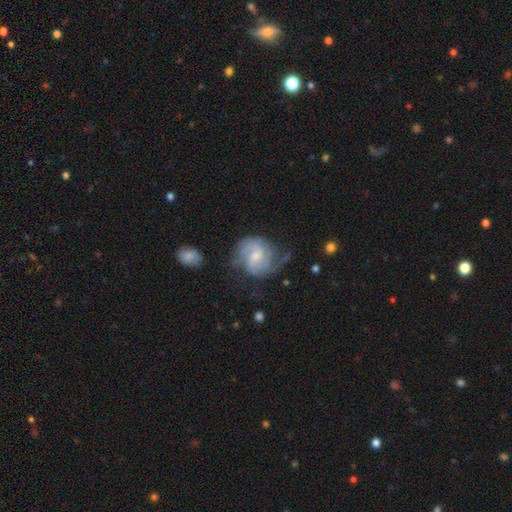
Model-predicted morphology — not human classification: This is likely a featured or disk galaxy (71%). It is clearly not viewed edge-on (98%). Bar: possibly no (50%). Spiral arm pattern: clearly yes (90%). Spiral arm count: possibly 2 (48%). Spiral winding: marginally medium (43%). Central bulge: possibly small (45%). Merging: possibly none (50%).